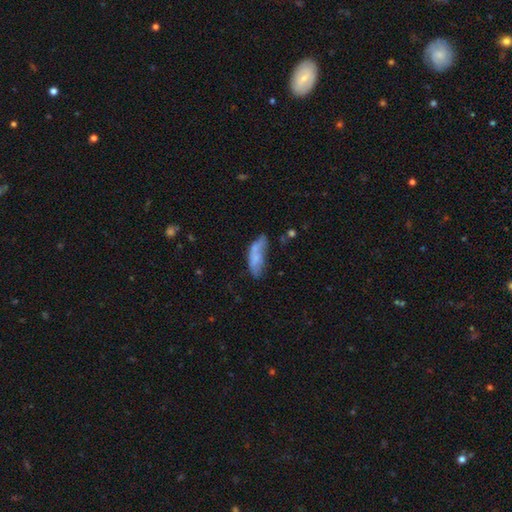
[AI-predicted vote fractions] Overall: smooth (60%; featured or disk 30%). How rounded: in between (66%; cigar-shaped 32%). Merging: none (35%; minor disturbance 28%).